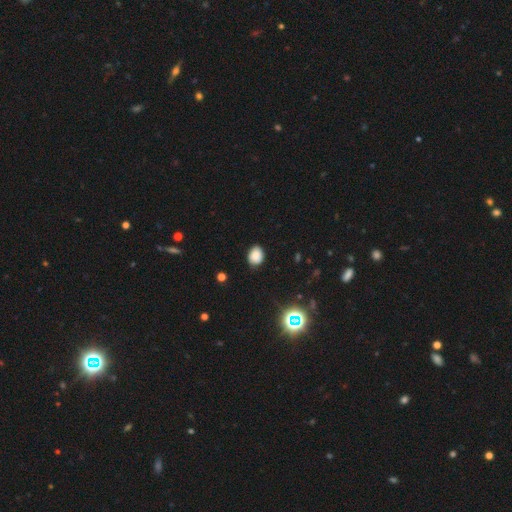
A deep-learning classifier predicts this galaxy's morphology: smooth_or_featured: smooth (p=0.84) [alt: star or artifact p=0.11]
how_rounded: in between (p=0.60) [alt: round p=0.39]
merging: none (p=0.83) [alt: minor disturbance p=0.13]